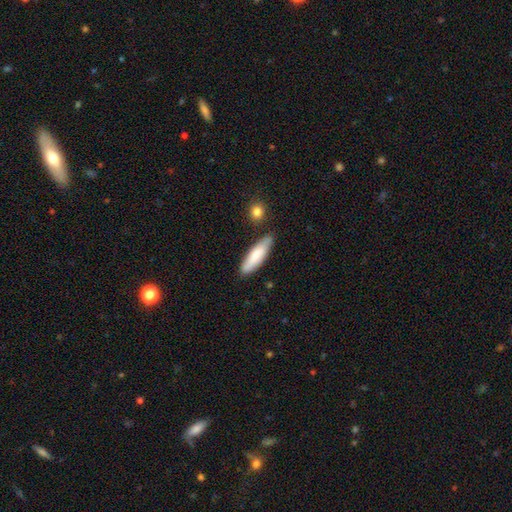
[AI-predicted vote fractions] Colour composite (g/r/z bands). It shows a smooth galaxy with no disk features (79%) that is cigar-shaped (64%). Merging: none (79%).